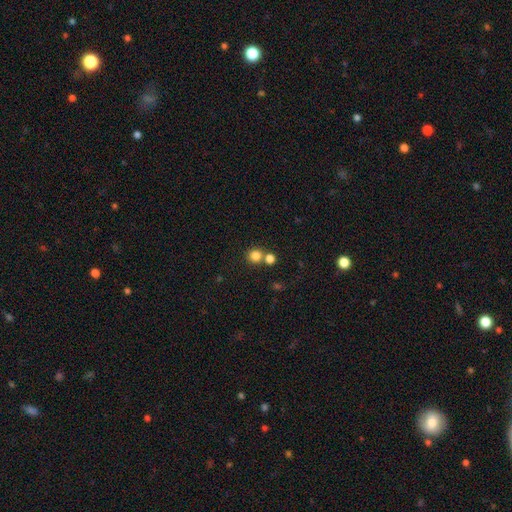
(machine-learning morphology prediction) Smooth or featured?
  - smooth: 81% *
  - star or artifact: 13%
  - featured or disk: 6%
How rounded?
  - round: 91% *
  - in between: 8%
  - cigar-shaped: 1%
Merging?
  - none: 64% *
  - merger: 27%
  - minor disturbance: 6%
  - major disturbance: 3%